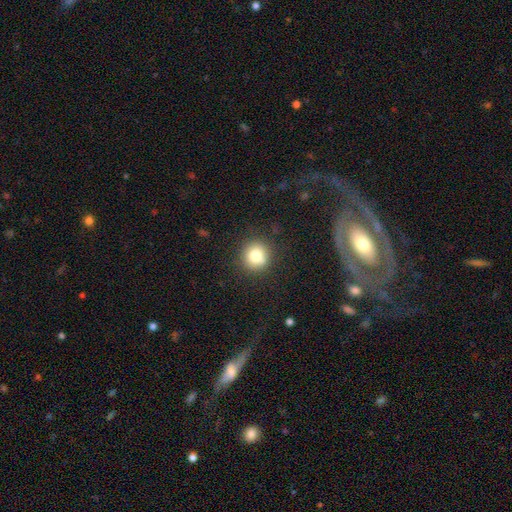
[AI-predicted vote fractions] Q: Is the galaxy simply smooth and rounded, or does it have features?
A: smooth — 76%.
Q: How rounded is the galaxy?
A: round — 89%.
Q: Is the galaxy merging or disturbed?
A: none — 80%.